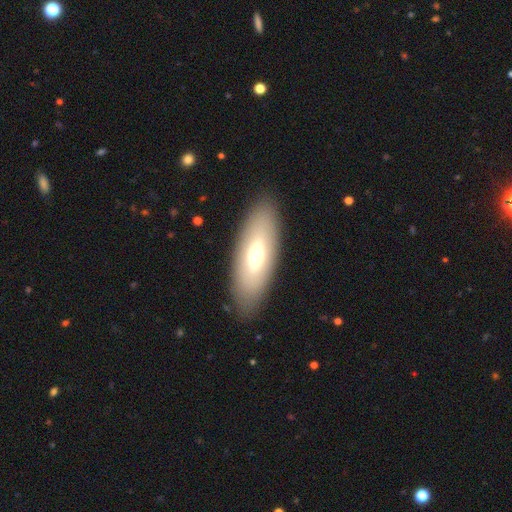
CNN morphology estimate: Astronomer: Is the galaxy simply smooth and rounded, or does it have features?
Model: smooth — 57% (runner-up: featured or disk, 37%).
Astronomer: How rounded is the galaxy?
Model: in between — 73%.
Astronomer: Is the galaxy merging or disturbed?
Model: none — 87%.